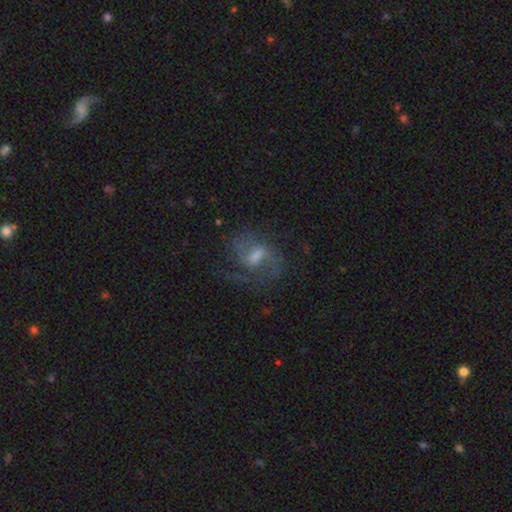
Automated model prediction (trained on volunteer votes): A featured or disk galaxy (79%) with a weak bar (58%), 2 (68%) medium (52%) spiral arms (92%) and a moderate central bulge (43%).

Vote fractions:
- Smooth or featured? featured or disk: 79% / smooth: 12% / star or artifact: 8%
- Edge-on disk? no: 97% / yes: 3%
- Bar? weak: 58% / strong: 25% / no: 18%
- Spiral arms? yes: 92% / no: 8%
- Spiral winding? medium: 52% / loose: 34% / tight: 15%
- Spiral arm count? 2: 68% / can't tell: 12% / 3: 9% / 1: 6% / 4: 3% / more than 4: 2%
- Bulge size? moderate: 43% / small: 28% / none: 16% / large: 11% / dominant: 1%
- Merging? none: 60% / major disturbance: 19% / minor disturbance: 18% / merger: 2%